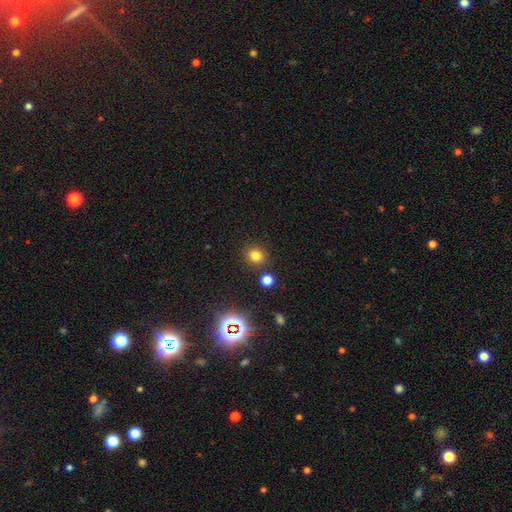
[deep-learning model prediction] smooth-or-featured: smooth: 77% | star or artifact: 17% | featured or disk: 6%
  how-rounded: round: 82% | in between: 17% | cigar-shaped: 1%
  merging: none: 84% | minor disturbance: 7% | merger: 6% | major disturbance: 3%